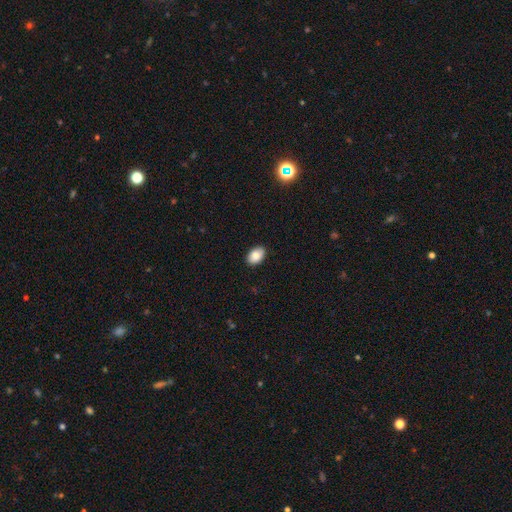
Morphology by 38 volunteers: Smooth or featured? smooth (87%)
How rounded? in between (94%)
Merging? none (94%)